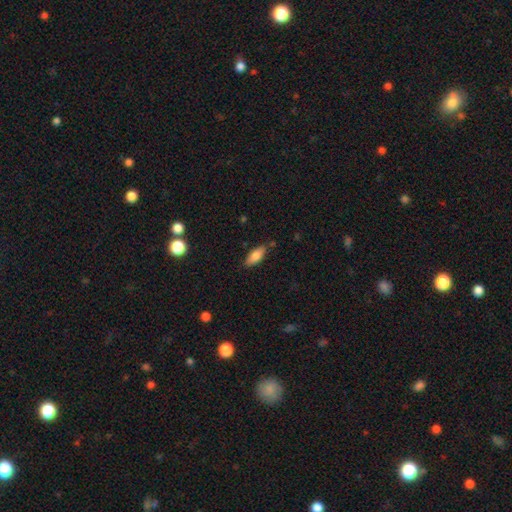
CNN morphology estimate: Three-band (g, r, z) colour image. It shows a smooth galaxy with no disk features (79%) that is in between round and cigar-shaped (75%). Merging: none (75%).